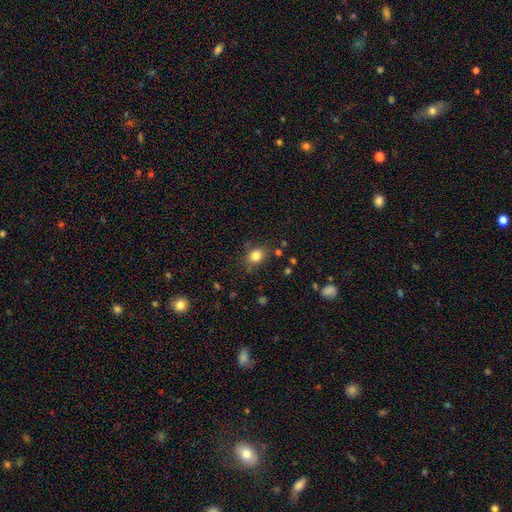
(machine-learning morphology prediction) A smooth galaxy with no disk features (82%) that is round (53%). Merging: none (77%).